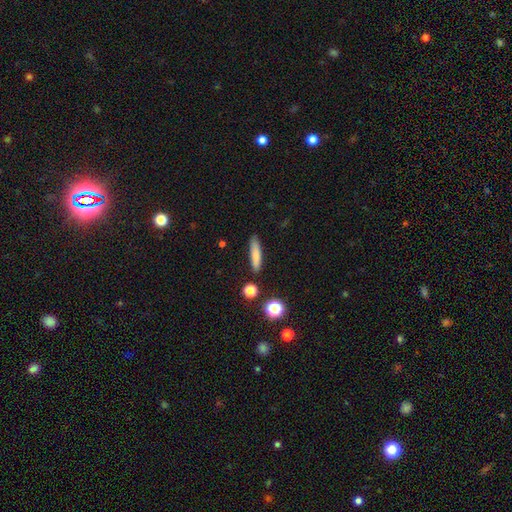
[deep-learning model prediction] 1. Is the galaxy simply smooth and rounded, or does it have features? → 77% smooth, 14% featured or disk, 9% star or artifact.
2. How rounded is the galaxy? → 85% cigar-shaped, 13% in between, 3% round.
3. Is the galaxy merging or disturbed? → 85% none, 10% minor disturbance, 3% merger, 2% major disturbance.